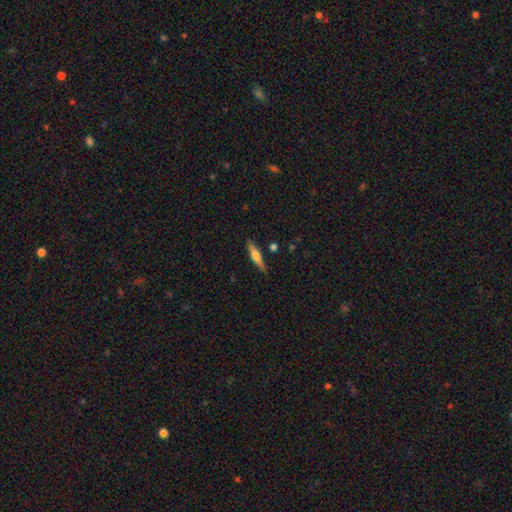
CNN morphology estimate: Overall: featured or disk (55%; smooth 38%). Edge-on disk: yes (95%). Edge-on bulge: rounded (89%). Merging: none (87%).